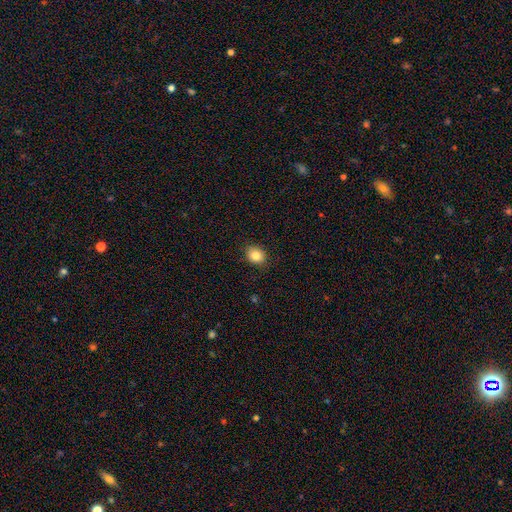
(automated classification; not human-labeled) smooth 84%, star or artifact 10%, featured or disk 6%. Down the decision tree: how rounded — round (62%); merging — none (87%).